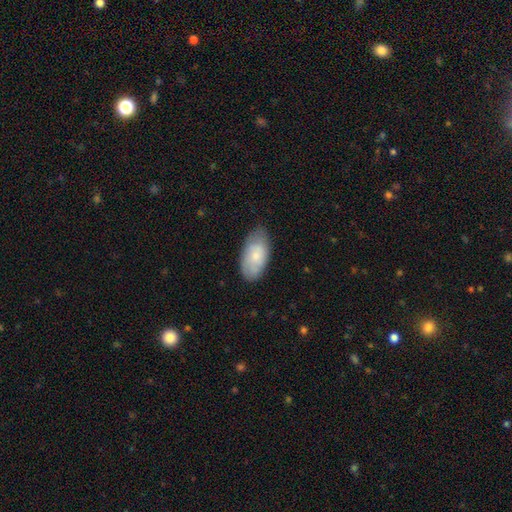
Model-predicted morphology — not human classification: smooth-or-featured: smooth: 75% | featured or disk: 19% | star or artifact: 6%
  how-rounded: in between: 94% | round: 3% | cigar-shaped: 3%
  merging: none: 72% | minor disturbance: 23% | major disturbance: 4% | merger: 1%